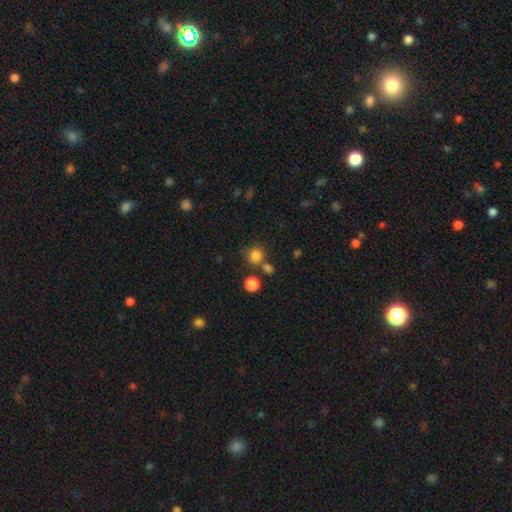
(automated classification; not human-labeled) This appears to be a smooth galaxy with no disk features (81%) that is round (89%). Merging: none (69%).